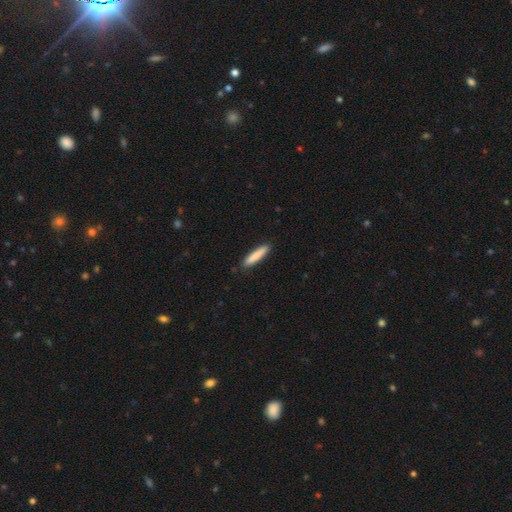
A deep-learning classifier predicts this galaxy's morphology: type=smooth (85%); roundness=cigar-shaped (88%); merging=none (89%).